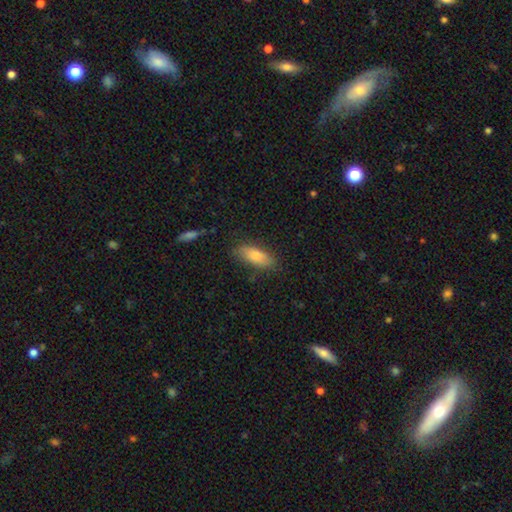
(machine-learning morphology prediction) A smooth galaxy with no disk features (83%) that is in between round and cigar-shaped (75%).

Vote fractions:
- Smooth or featured? smooth: 83% / featured or disk: 10% / star or artifact: 6%
- How rounded? in between: 75% / cigar-shaped: 23% / round: 2%
- Merging? none: 79% / minor disturbance: 16% / major disturbance: 4% / merger: 2%